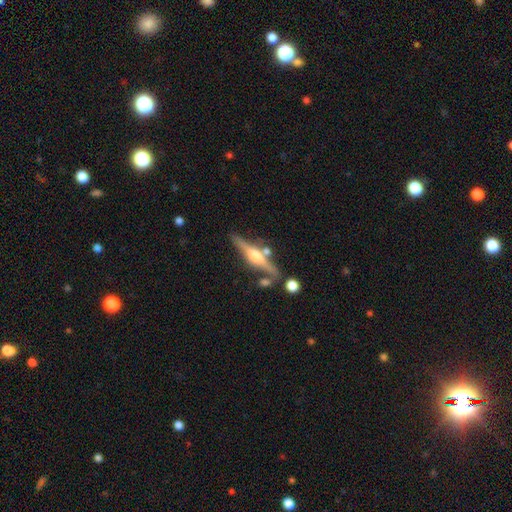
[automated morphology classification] The model was most divided on "merging": none: 76%, minor disturbance: 12%, merger: 9%, major disturbance: 3%. More confident: edge-on disk — yes (97%); edge-on bulge — rounded (90%); smooth or featured — featured or disk (79%).